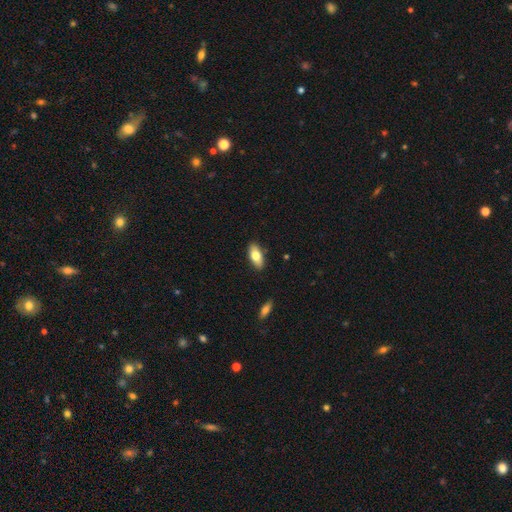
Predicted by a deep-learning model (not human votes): A smooth galaxy with no disk features (75%) that is in between round and cigar-shaped (88%).

Vote fractions:
- Smooth or featured? smooth: 75% / featured or disk: 18% / star or artifact: 7%
- How rounded? in between: 88% / cigar-shaped: 9% / round: 3%
- Merging? none: 87% / minor disturbance: 9% / major disturbance: 2% / merger: 1%